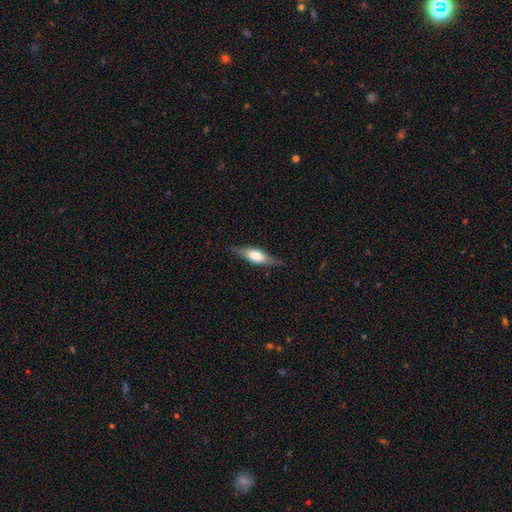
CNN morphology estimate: Smooth or featured? Predicted: smooth (p=0.47). Merging? Predicted: none (p=0.80).